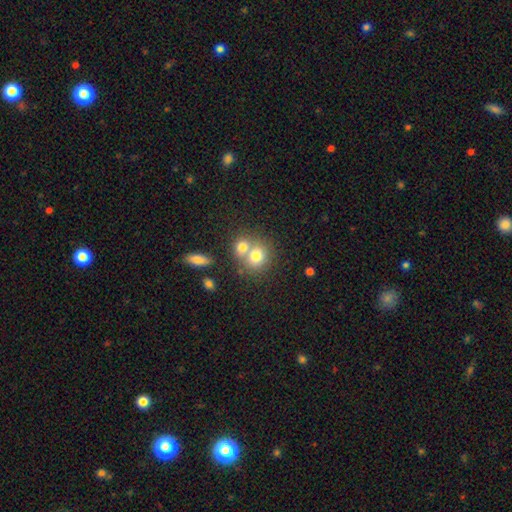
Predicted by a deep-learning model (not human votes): A smooth galaxy with no disk features (73%) that is round (69%).

Vote fractions:
- Smooth or featured? smooth: 73% / featured or disk: 16% / star or artifact: 11%
- How rounded? round: 69% / in between: 30% / cigar-shaped: 1%
- Merging? merger: 55% / none: 35% / minor disturbance: 7% / major disturbance: 3%